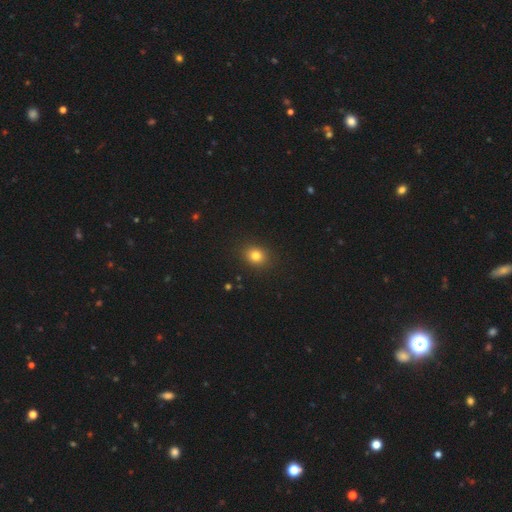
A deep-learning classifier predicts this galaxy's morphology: The model was most divided on "how rounded": round: 60%, in between: 39%, cigar-shaped: 1%. More confident: merging — none (89%); smooth or featured — smooth (81%).